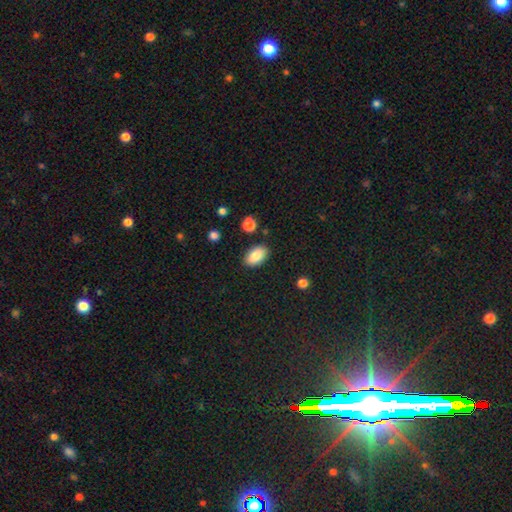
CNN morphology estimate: The model was most divided on "smooth or featured": smooth: 85%, featured or disk: 8%, star or artifact: 7%. More confident: how rounded — in between (93%); merging — none (87%).